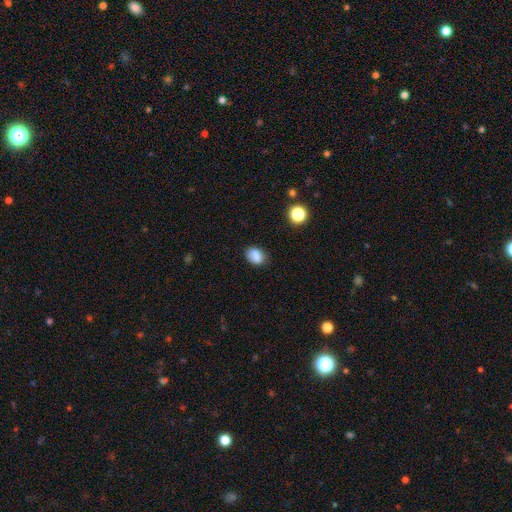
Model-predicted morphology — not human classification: smooth_or_featured: smooth (p=0.83) [alt: star or artifact p=0.11]
how_rounded: in between (p=0.73) [alt: round p=0.25]
merging: none (p=0.74) [alt: minor disturbance p=0.18]